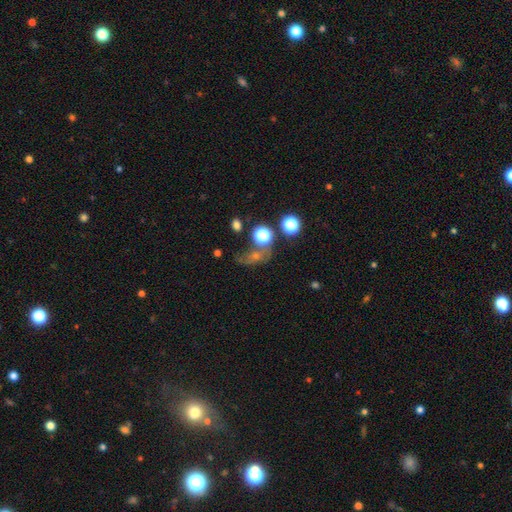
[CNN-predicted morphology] Overall: smooth (37%; star or artifact 36%). Merging: none (40%; major disturbance 25%).